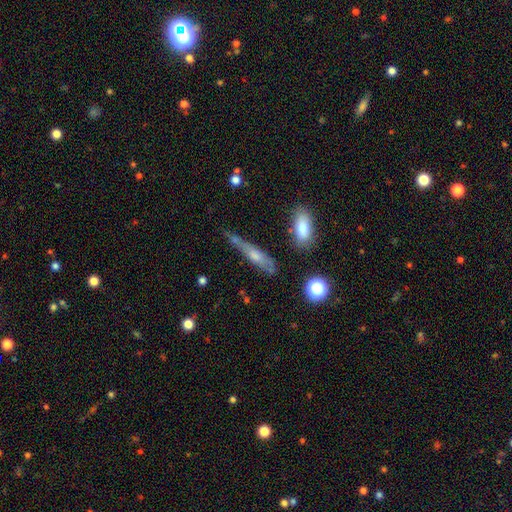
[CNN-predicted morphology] Q: Smooth or featured?
A: smooth (49%); runner-up: featured or disk (39%)
Q: Merging?
A: none (45%); runner-up: minor disturbance (29%)